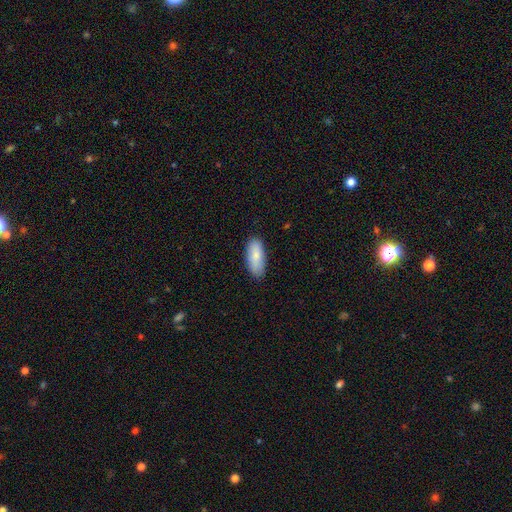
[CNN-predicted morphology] Smooth or featured? Predicted: smooth (p=0.85). How rounded? Predicted: in between (p=0.85). Merging? Predicted: none (p=0.84).